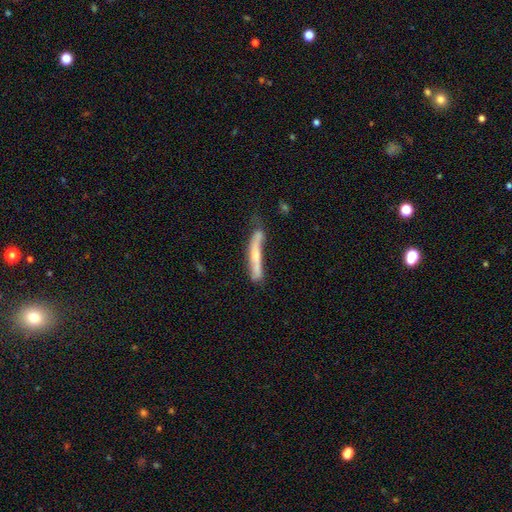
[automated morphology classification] smooth_or_featured: featured or disk (p=0.50) [alt: smooth p=0.44]
merging: none (p=0.46) [alt: minor disturbance p=0.32]